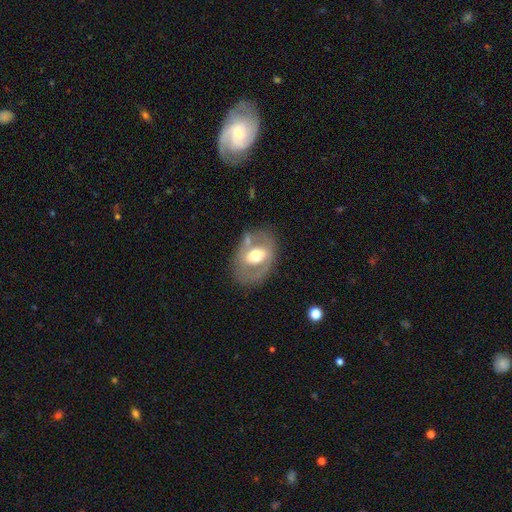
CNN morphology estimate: Smooth or featured: featured or disk — 57% (smooth — 37%)
Edge-on disk: no — 92% (yes — 8%)
Bar: no — 43% (weak — 33%)
Spiral arms: no — 72% (yes — 28%)
Bulge size: moderate — 66% (large — 22%)
Merging: none — 66% (minor disturbance — 18%)